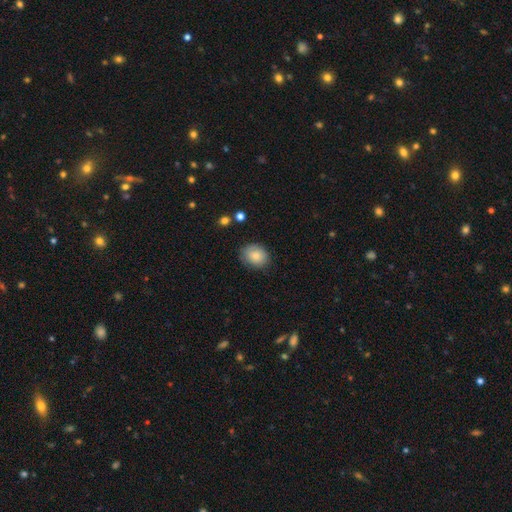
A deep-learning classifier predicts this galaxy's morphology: smooth 80%, featured or disk 11%, star or artifact 8%. Down the decision tree: how rounded — round (55%); merging — none (78%).